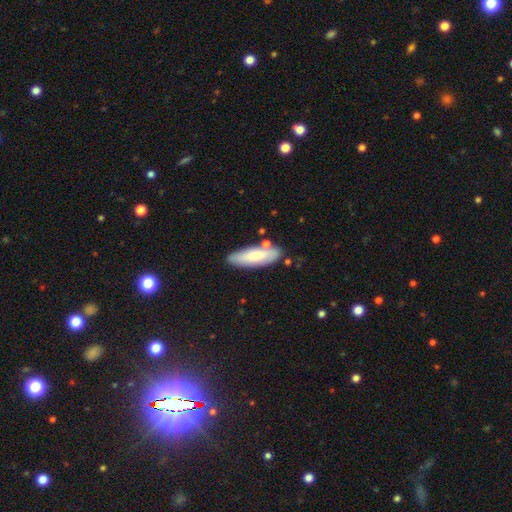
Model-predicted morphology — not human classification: This is likely a smooth galaxy (72%). How rounded: possibly in between (55%). Merging: likely none (76%).